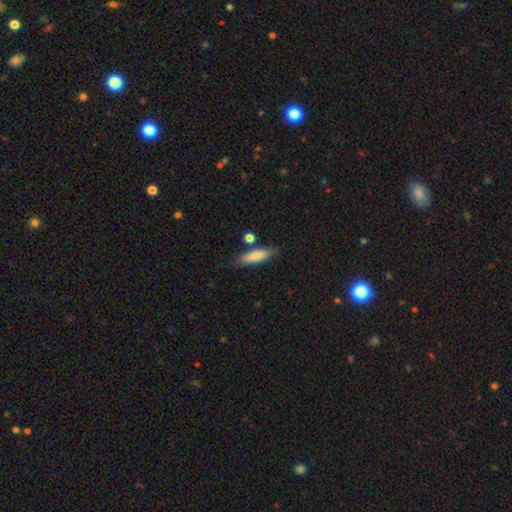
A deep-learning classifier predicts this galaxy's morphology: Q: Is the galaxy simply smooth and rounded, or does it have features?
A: smooth — 83%.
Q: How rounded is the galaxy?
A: cigar-shaped — 51%.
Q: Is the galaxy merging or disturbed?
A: none — 76%.